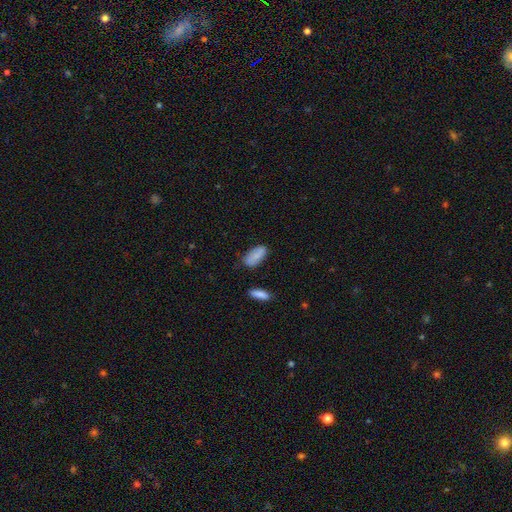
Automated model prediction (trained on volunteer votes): smooth_or_featured: smooth (p=0.83) [alt: featured or disk p=0.10]
how_rounded: in between (p=0.88) [alt: cigar-shaped p=0.10]
merging: none (p=0.75) [alt: minor disturbance p=0.18]